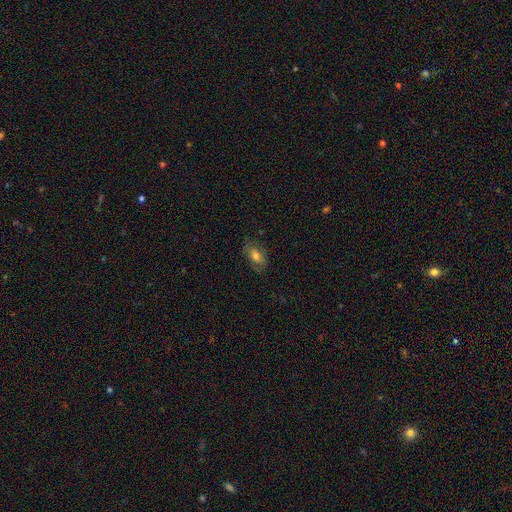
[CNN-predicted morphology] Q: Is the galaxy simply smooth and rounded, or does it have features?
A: smooth — 60%.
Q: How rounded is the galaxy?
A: in between — 86%.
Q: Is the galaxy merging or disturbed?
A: none — 75%.